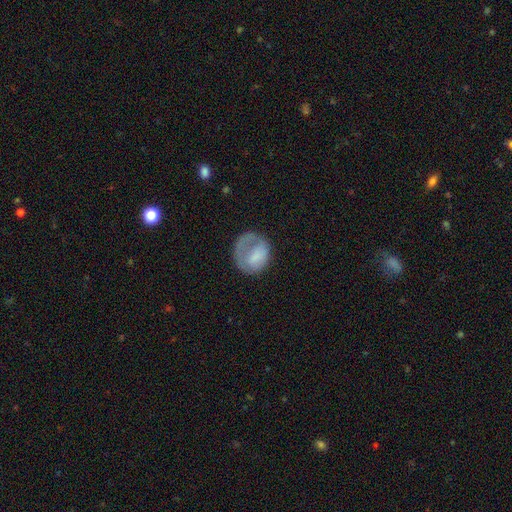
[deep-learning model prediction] A smooth galaxy with no disk features (63%) that is round (68%). Merging: none (39%).